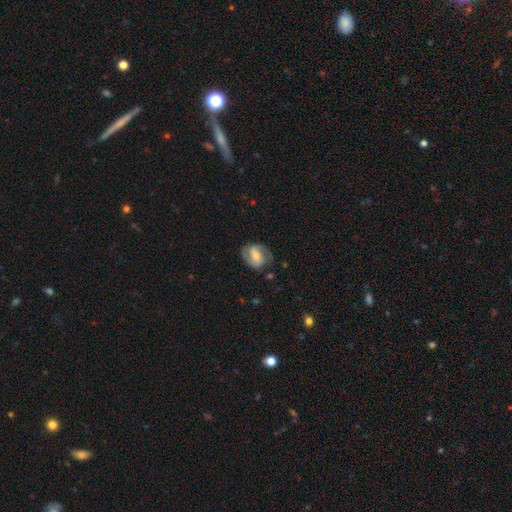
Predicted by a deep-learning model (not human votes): featured or disk 79%, smooth 15%, star or artifact 6%. Down the decision tree: edge-on disk — no (97%); bar — weak (40%); spiral arms — yes (93%); spiral arm count — 2 (89%); spiral winding — medium (50%); bulge size — moderate (51%); merging — none (77%).